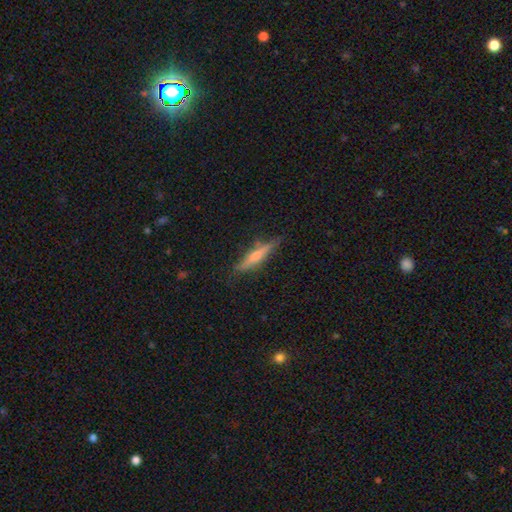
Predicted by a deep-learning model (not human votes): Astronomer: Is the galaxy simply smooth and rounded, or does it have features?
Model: featured or disk — 53% (runner-up: smooth, 39%).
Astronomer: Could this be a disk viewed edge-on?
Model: yes — 94%.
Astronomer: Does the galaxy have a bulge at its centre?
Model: rounded — 70%.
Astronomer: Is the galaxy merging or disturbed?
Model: none — 82%.